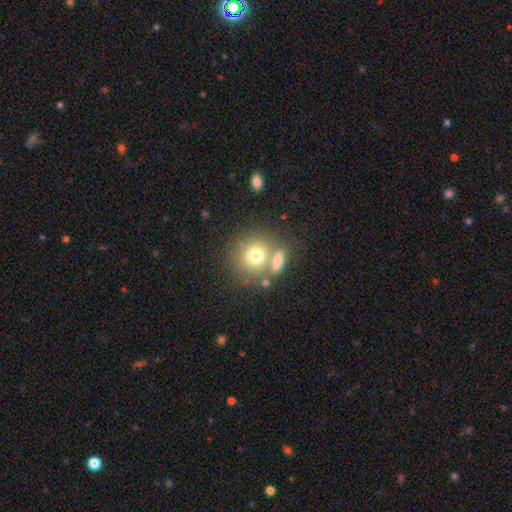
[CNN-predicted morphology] Smooth or featured? smooth (74%)
How rounded? round (84%)
Merging? none (57%)